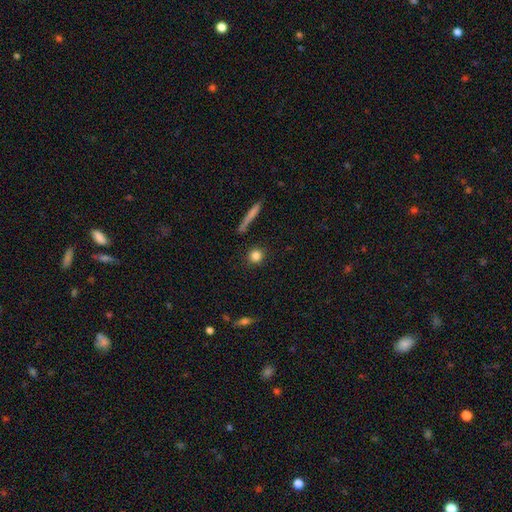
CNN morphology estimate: A smooth galaxy with no disk features (83%) that is round (89%).

Vote fractions:
- Smooth or featured? smooth: 83% / star or artifact: 10% / featured or disk: 7%
- How rounded? round: 89% / in between: 7% / cigar-shaped: 4%
- Merging? none: 87% / minor disturbance: 7% / merger: 3% / major disturbance: 2%